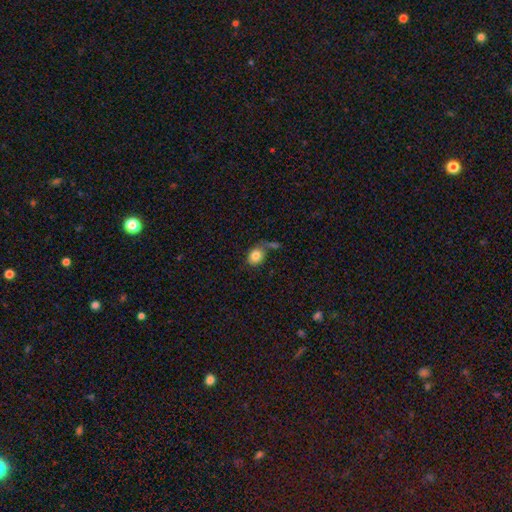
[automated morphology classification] Smooth or featured: smooth — 83% (star or artifact — 9%)
How rounded: round — 54% (in between — 45%)
Merging: none — 53% (minor disturbance — 19%)